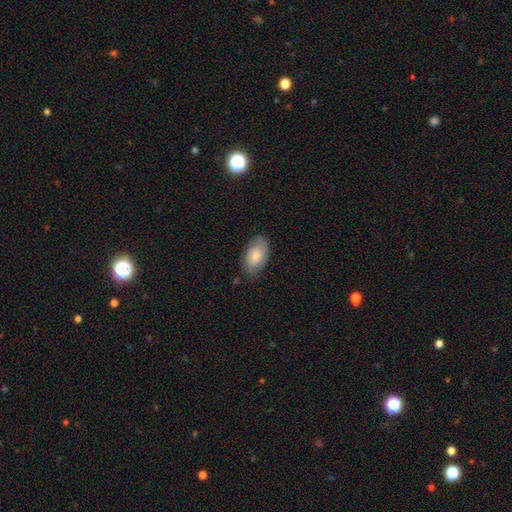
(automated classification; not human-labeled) Morphology: type=smooth (71%); roundness=in between (94%); merging=none (74%).